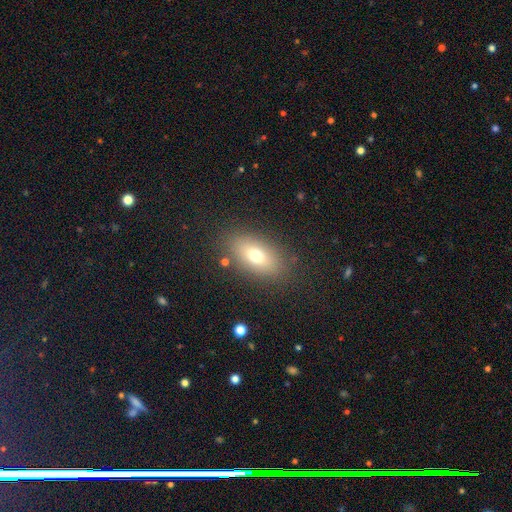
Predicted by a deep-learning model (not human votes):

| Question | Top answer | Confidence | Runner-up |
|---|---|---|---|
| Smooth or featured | smooth | 71% | featured or disk (18%) |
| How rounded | in between | 86% | round (10%) |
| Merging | none | 84% | minor disturbance (10%) |